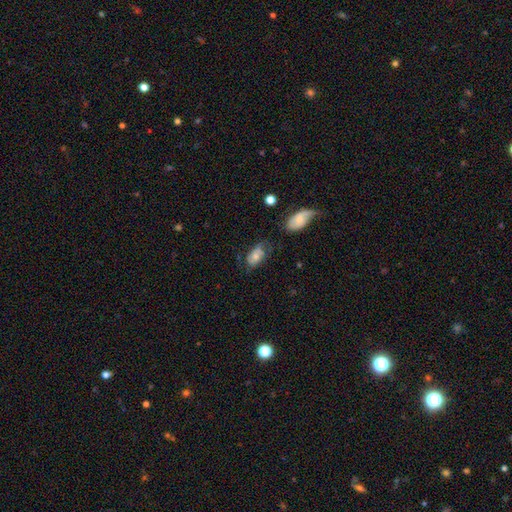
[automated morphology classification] Smooth or featured? Predicted: smooth (p=0.57). How rounded? Predicted: in between (p=0.91). Merging? Predicted: none (p=0.48).